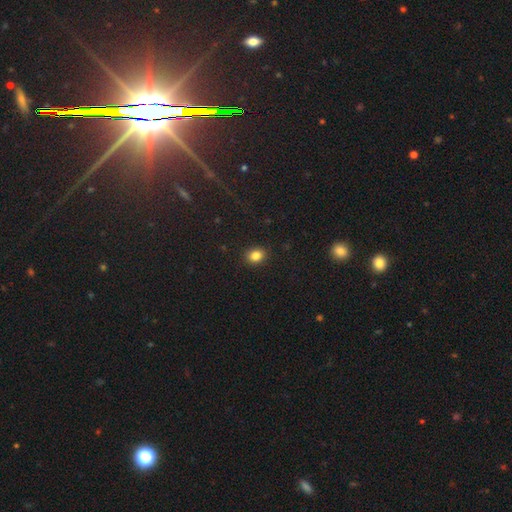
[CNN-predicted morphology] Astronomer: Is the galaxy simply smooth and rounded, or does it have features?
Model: smooth — 85%.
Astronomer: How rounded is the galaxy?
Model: round — 52% (runner-up: in between, 47%).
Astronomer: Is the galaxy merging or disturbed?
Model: none — 90%.